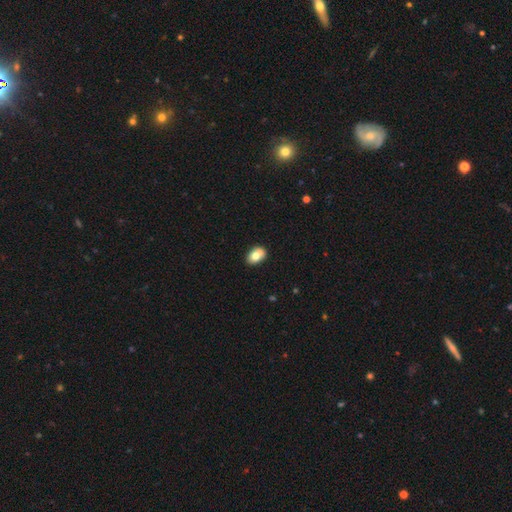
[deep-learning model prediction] Overall: smooth (78%). How rounded: in between (83%). Merging: none (79%).